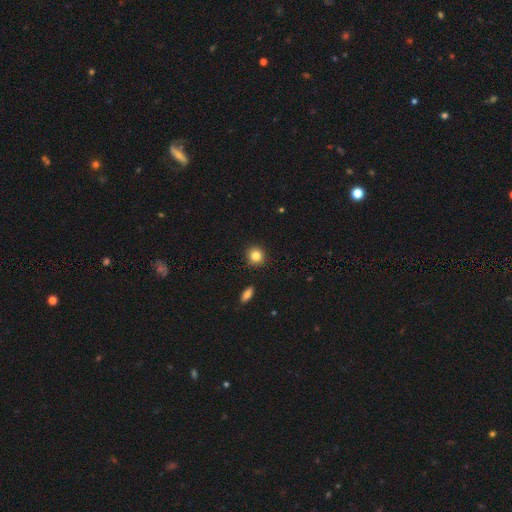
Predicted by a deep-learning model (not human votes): This is clearly a smooth galaxy (84%). How rounded: clearly round (89%). Merging: clearly none (90%).